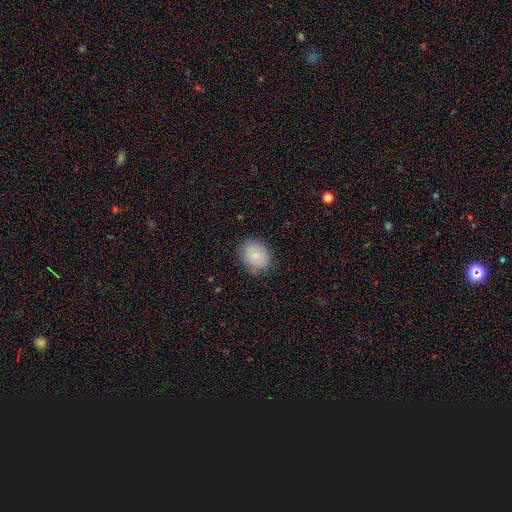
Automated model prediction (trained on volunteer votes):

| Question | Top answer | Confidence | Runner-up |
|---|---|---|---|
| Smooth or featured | smooth | 79% | featured or disk (13%) |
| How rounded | round | 50% | in between (49%) |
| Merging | none | 78% | minor disturbance (16%) |